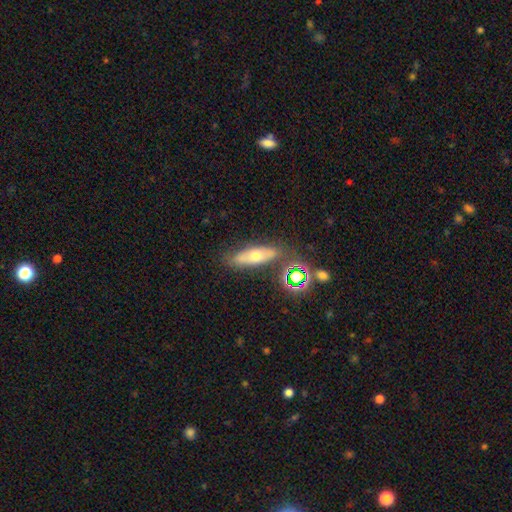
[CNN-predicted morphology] This appears to be a smooth galaxy with no disk features (46%). Merging: none (75%).